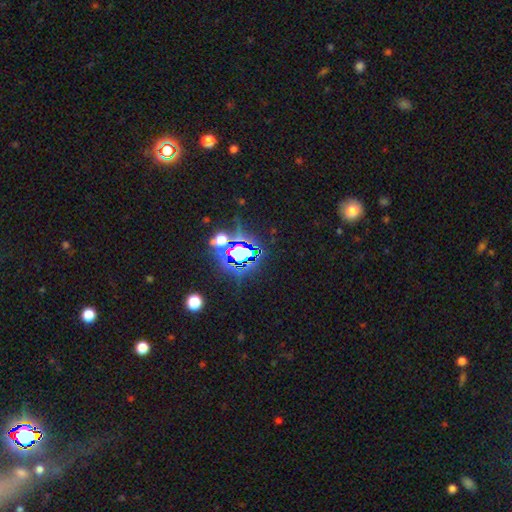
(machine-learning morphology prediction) This appears to be a star or artifact, not a galaxy (74%).